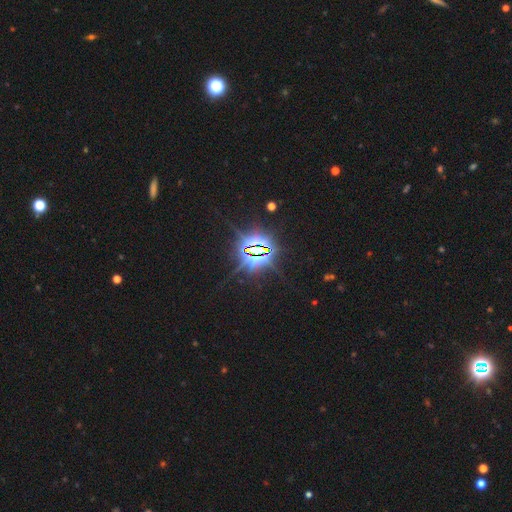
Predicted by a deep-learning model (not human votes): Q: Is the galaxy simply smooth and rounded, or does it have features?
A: star or artifact — 85%.